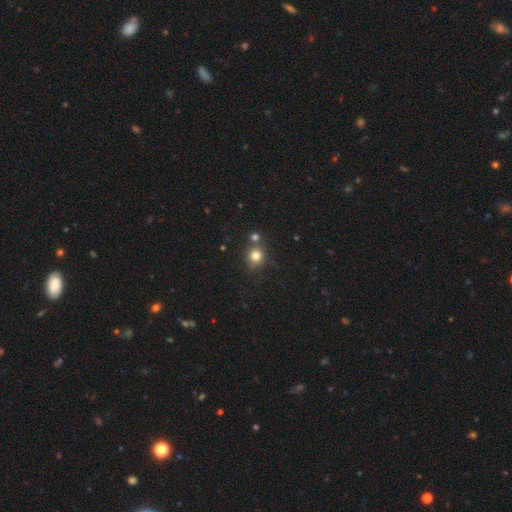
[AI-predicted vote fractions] This appears to be a smooth galaxy with no disk features (79%) that is round (85%). Merging: none (68%).